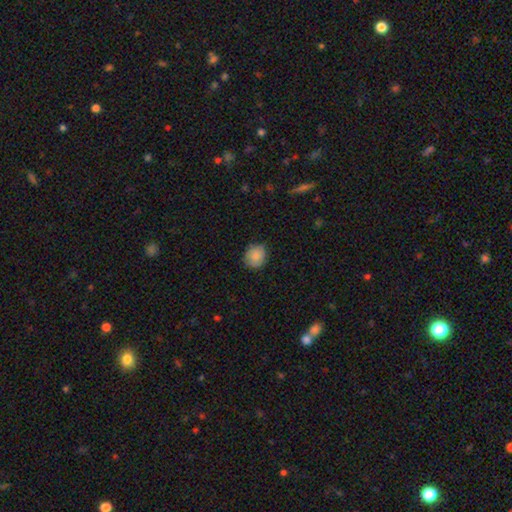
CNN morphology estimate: Smooth or featured: smooth — 86% (star or artifact — 8%)
How rounded: round — 79% (in between — 20%)
Merging: none — 84% (minor disturbance — 12%)